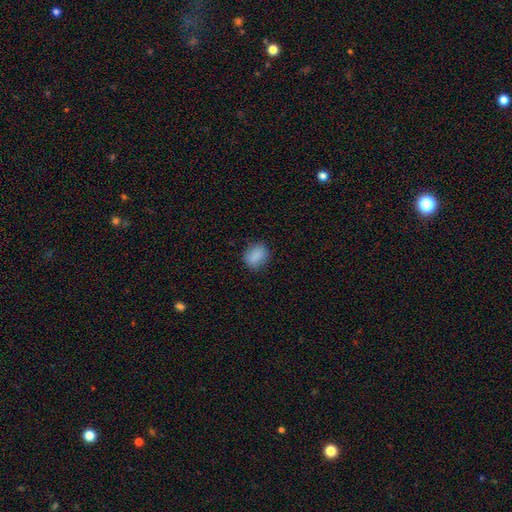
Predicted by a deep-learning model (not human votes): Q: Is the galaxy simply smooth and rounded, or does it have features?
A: smooth — 87%.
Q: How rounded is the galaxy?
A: in between — 52%.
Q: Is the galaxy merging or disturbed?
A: none — 82%.